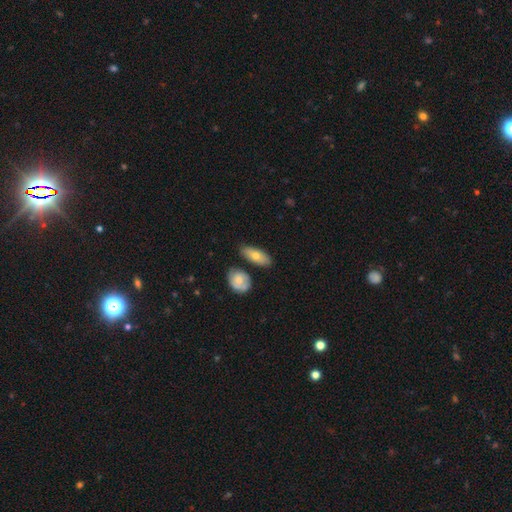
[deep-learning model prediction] Smooth or featured? smooth (70%)
How rounded? in between (82%)
Merging? none (72%)